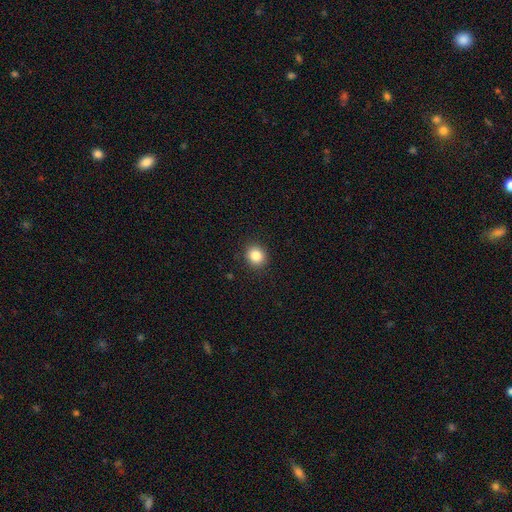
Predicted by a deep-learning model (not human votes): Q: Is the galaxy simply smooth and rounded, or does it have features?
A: smooth — 85%.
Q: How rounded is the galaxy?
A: round — 81%.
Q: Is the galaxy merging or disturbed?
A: none — 90%.